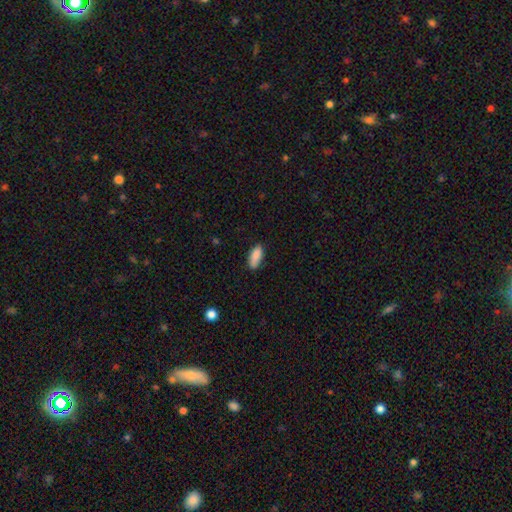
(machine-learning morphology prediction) type=smooth (86%); roundness=in between (79%); merging=none (74%).